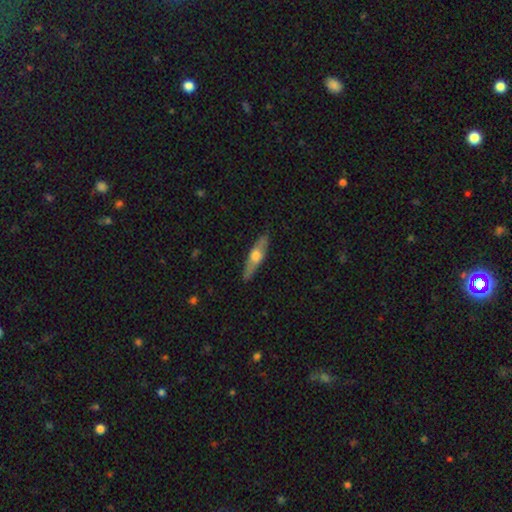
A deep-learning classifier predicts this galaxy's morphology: Q: Smooth or featured?
A: featured or disk (50%); runner-up: smooth (45%)
Q: Edge-on disk?
A: yes (86%); runner-up: no (14%)
Q: Merging?
A: none (86%); runner-up: minor disturbance (10%)